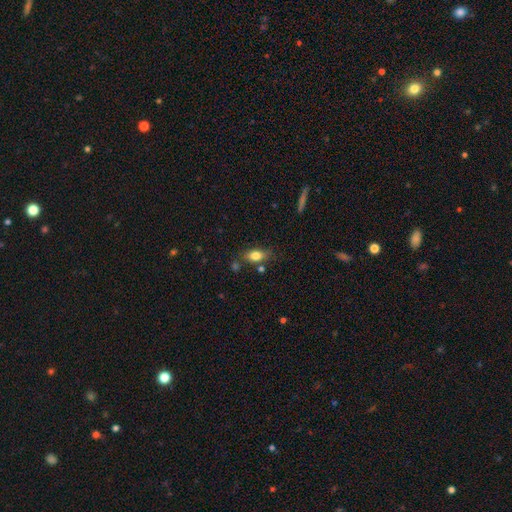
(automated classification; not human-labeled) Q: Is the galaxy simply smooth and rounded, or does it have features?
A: smooth — 80%.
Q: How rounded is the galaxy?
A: in between — 82%.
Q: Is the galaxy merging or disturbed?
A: none — 71%.